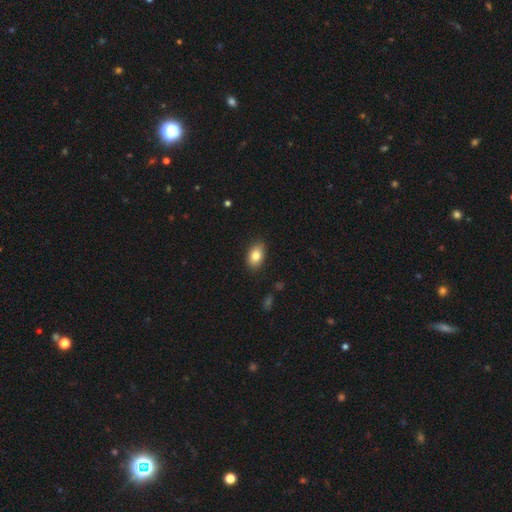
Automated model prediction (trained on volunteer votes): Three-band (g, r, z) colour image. It shows a smooth galaxy with no disk features (83%) that is in between round and cigar-shaped (86%). Merging: none (87%).